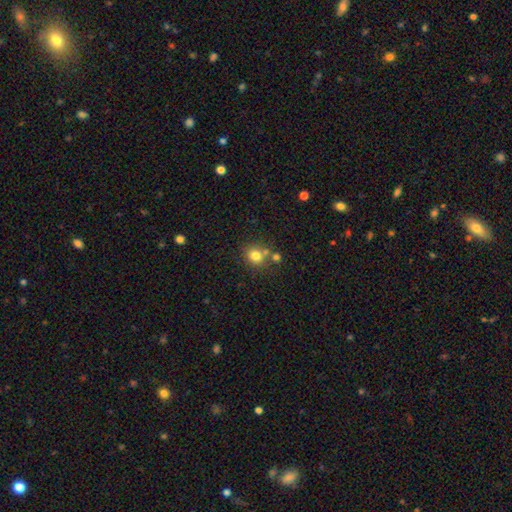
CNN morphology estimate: A smooth galaxy with no disk features (79%) that is round (81%).

Vote fractions:
- Smooth or featured? smooth: 79% / star or artifact: 13% / featured or disk: 8%
- How rounded? round: 81% / in between: 18% / cigar-shaped: 1%
- Merging? none: 65% / merger: 21% / minor disturbance: 10% / major disturbance: 4%